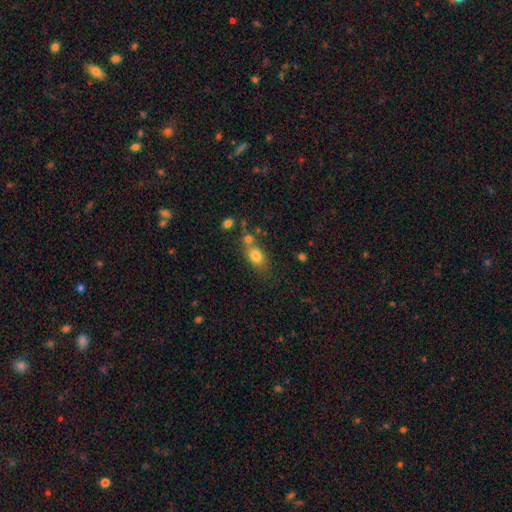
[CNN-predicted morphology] Overall: smooth (80%). How rounded: in between (77%). Merging: none (55%; merger 25%).